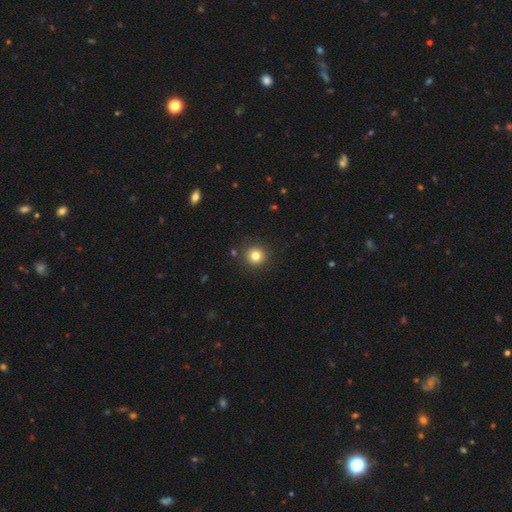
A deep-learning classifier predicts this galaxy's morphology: type=smooth (80%); roundness=round (94%); merging=none (89%).